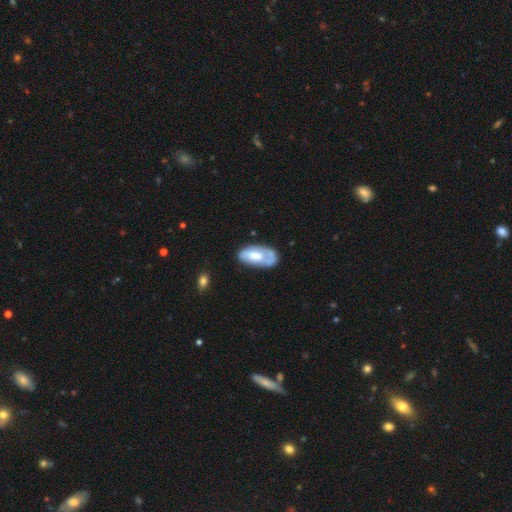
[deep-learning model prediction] This appears to be a smooth galaxy with no disk features (50%). Merging: none (50%).